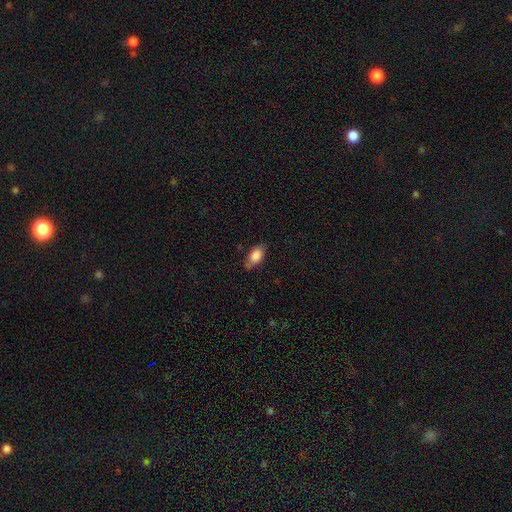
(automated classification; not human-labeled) A smooth galaxy with no disk features (82%) that is in between round and cigar-shaped (89%). Merging: none (71%).